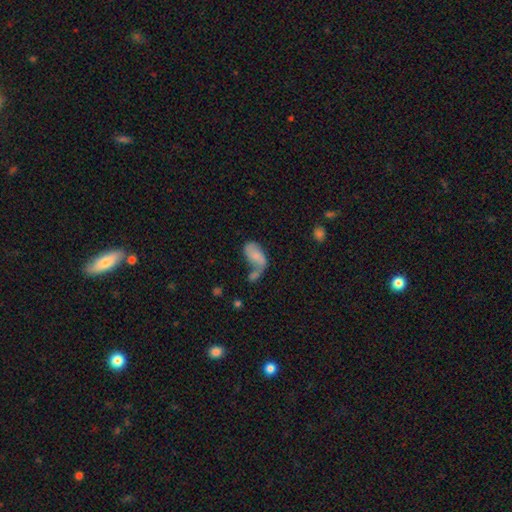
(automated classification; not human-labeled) Overall: smooth (54%; featured or disk 37%). How rounded: in between (91%). Merging: merger (45%; none 21%).